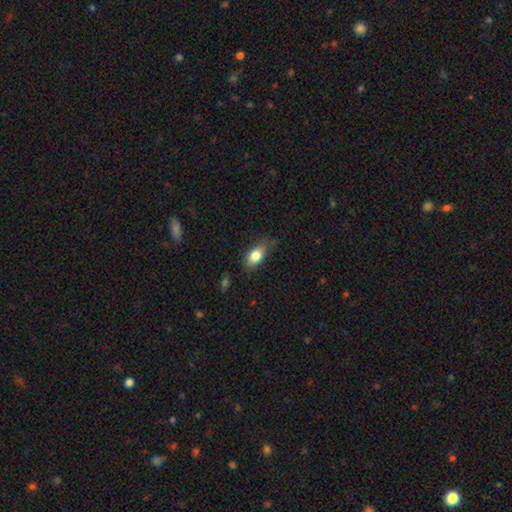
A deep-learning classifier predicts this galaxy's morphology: smooth-or-featured: smooth: 81% | featured or disk: 12% | star or artifact: 8%
  how-rounded: in between: 86% | round: 7% | cigar-shaped: 7%
  merging: none: 68% | minor disturbance: 25% | major disturbance: 5% | merger: 2%